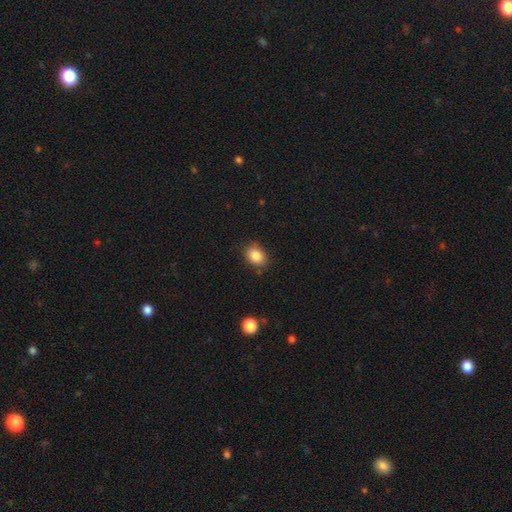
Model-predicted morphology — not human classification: type=smooth (85%); roundness=in between (61%); merging=none (81%).